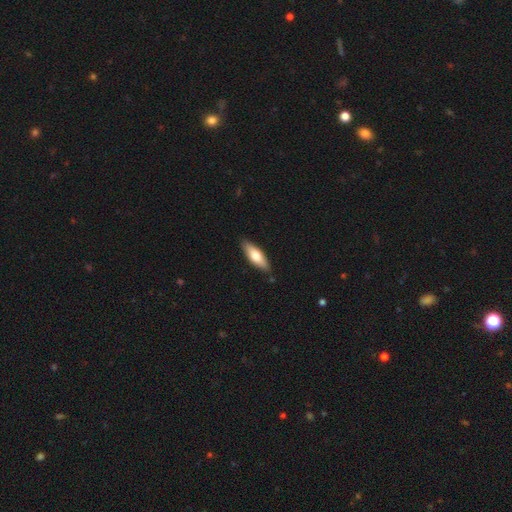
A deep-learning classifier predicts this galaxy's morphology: smooth-or-featured: smooth: 68% | featured or disk: 27% | star or artifact: 5%
  how-rounded: in between: 59% | cigar-shaped: 39% | round: 2%
  merging: none: 86% | minor disturbance: 10% | major disturbance: 2% | merger: 2%